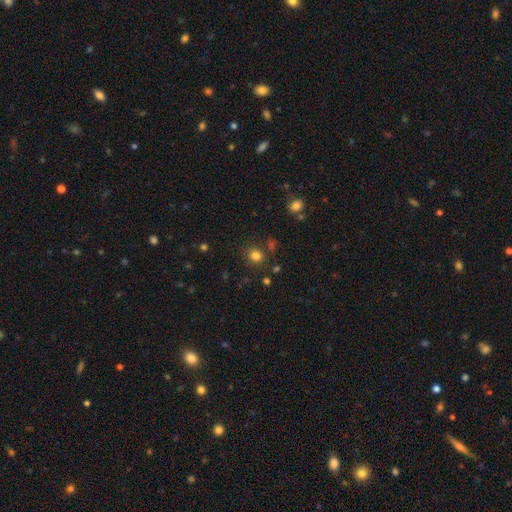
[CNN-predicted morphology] smooth-or-featured: smooth: 80% | star or artifact: 15% | featured or disk: 5%
  how-rounded: round: 75% | in between: 24% | cigar-shaped: 1%
  merging: none: 81% | minor disturbance: 10% | merger: 5% | major disturbance: 4%